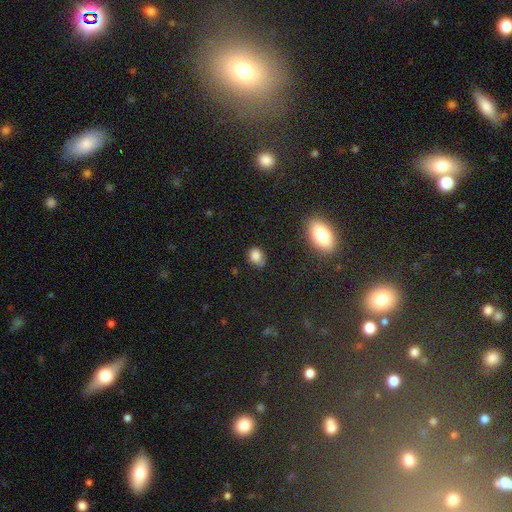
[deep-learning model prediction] A smooth galaxy with no disk features (81%) that is round (54%). Merging: none (59%).